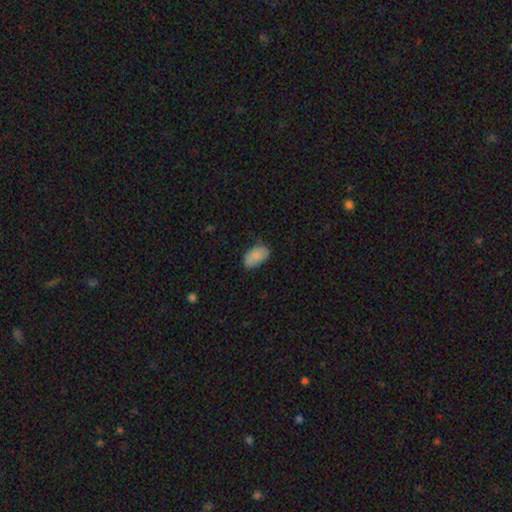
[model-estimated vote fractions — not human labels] A smooth galaxy with no disk features (83%) that is in between round and cigar-shaped (93%). Merging: none (71%).